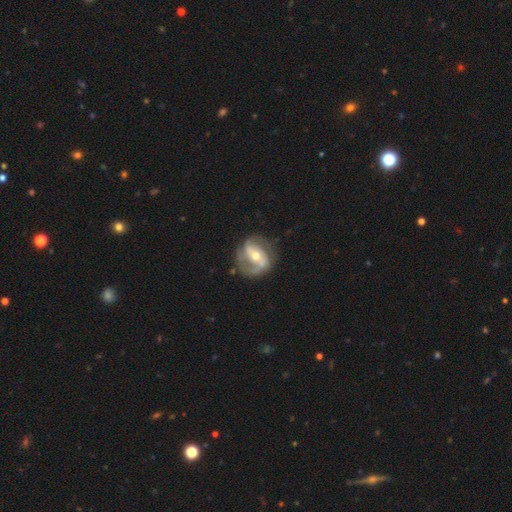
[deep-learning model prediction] Smooth or featured: featured or disk — 83% (smooth — 12%)
Edge-on disk: no — 97% (yes — 3%)
Bar: weak — 36% (no — 34%)
Spiral arms: yes — 92% (no — 8%)
Spiral winding: medium — 48% (loose — 28%)
Spiral arm count: 2 — 82% (can't tell — 7%)
Bulge size: moderate — 58% (small — 37%)
Merging: none — 69% (minor disturbance — 18%)